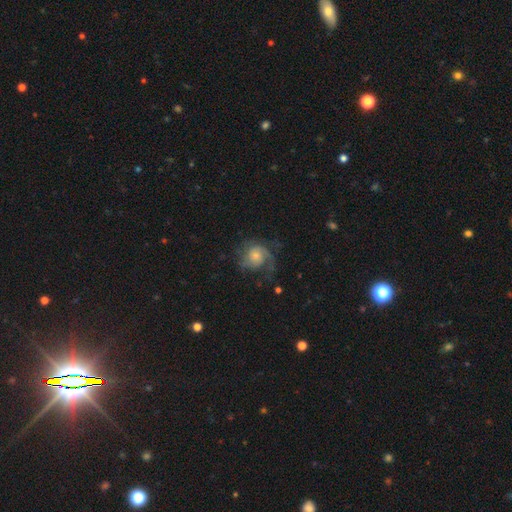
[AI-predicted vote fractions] Smooth or featured: featured or disk — 67% (smooth — 25%)
Edge-on disk: no — 98% (yes — 2%)
Bar: no — 75% (weak — 22%)
Spiral arms: yes — 90% (no — 10%)
Spiral winding: medium — 42% (tight — 30%)
Spiral arm count: 2 — 42% (1 — 22%)
Bulge size: small — 45% (moderate — 38%)
Merging: none — 53% (major disturbance — 24%)